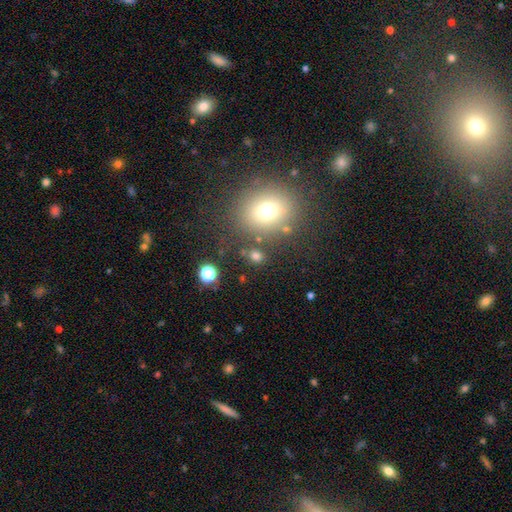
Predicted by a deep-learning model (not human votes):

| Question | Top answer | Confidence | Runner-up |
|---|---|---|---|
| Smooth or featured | smooth | 72% | star or artifact (20%) |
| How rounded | round | 64% | in between (35%) |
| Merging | none | 76% | minor disturbance (10%) |